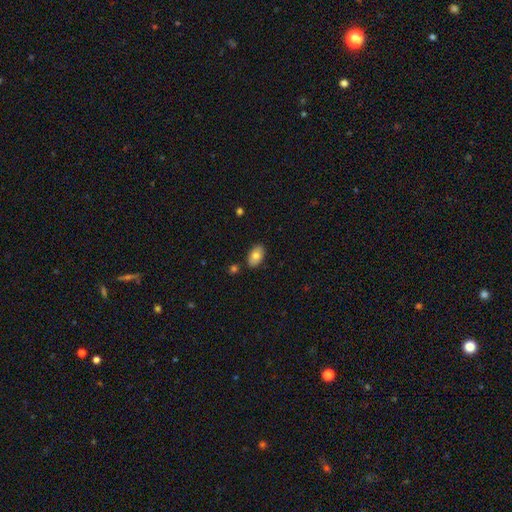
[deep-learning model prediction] A smooth galaxy with no disk features (79%) that is in between round and cigar-shaped (92%). Merging: none (85%).